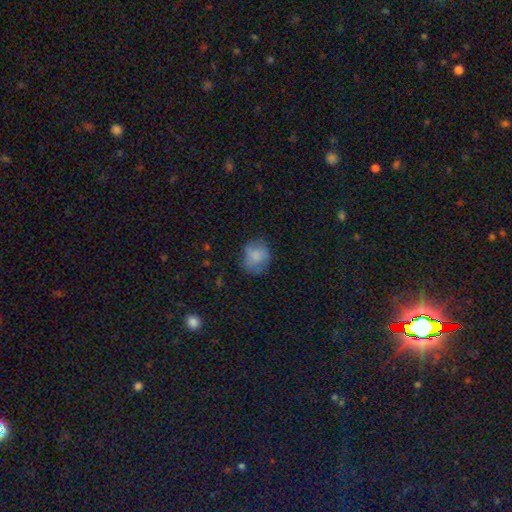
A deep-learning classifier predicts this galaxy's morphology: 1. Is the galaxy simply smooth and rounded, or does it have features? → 76% smooth, 15% featured or disk, 9% star or artifact.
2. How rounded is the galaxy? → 68% round, 31% in between, 1% cigar-shaped.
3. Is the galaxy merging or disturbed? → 63% none, 25% minor disturbance, 10% major disturbance, 2% merger.